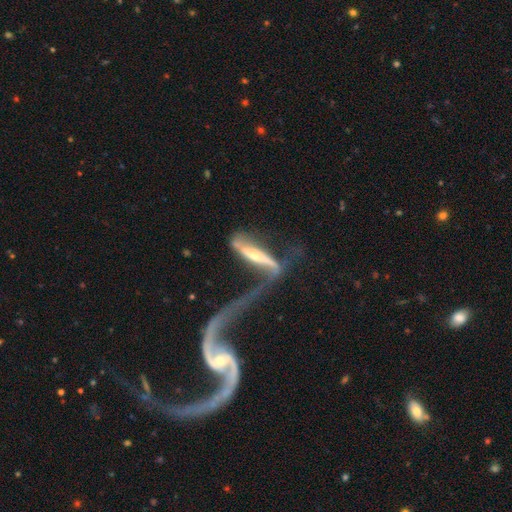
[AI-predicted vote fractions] featured or disk 67%, smooth 27%, star or artifact 7%. Down the decision tree: edge-on disk — yes (55%); merging — major disturbance (51%).